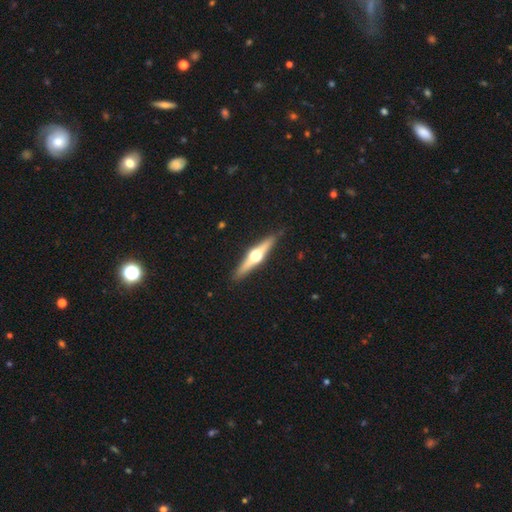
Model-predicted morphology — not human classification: featured or disk 75%, smooth 20%, star or artifact 5%. Down the decision tree: edge-on disk — yes (98%); edge-on bulge — rounded (96%); merging — none (90%).